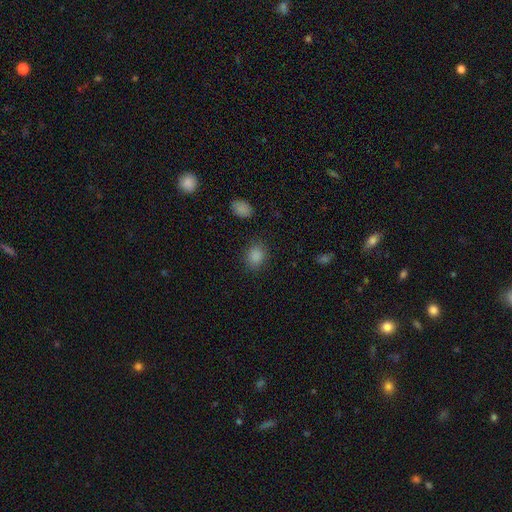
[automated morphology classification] smooth-or-featured: smooth: 86% | star or artifact: 11% | featured or disk: 4%
  how-rounded: round: 58% | in between: 41% | cigar-shaped: 1%
  merging: none: 84% | minor disturbance: 10% | major disturbance: 4% | merger: 2%